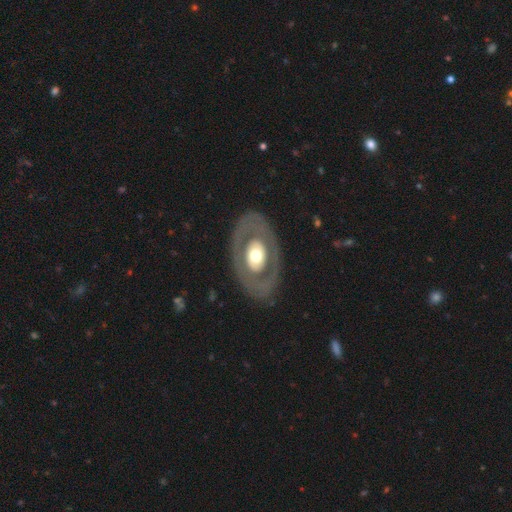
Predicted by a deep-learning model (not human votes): Overall: featured or disk (58%; smooth 38%). Edge-on disk: no (90%). Bar: no (89%). Spiral arms: no (90%). Bulge size: moderate (58%; large 33%). Merging: none (82%).